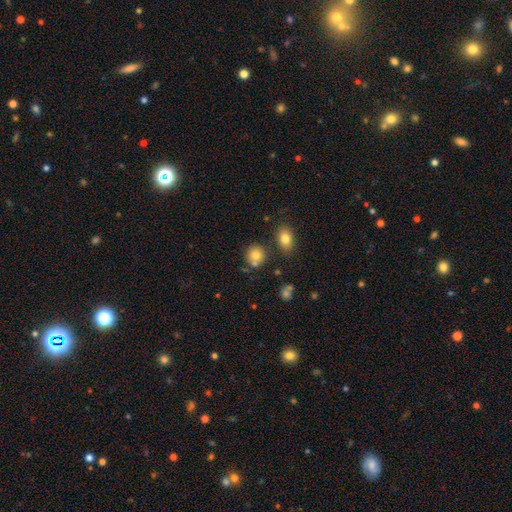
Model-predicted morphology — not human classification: The model was most divided on "merging": none: 69%, merger: 15%, minor disturbance: 12%, major disturbance: 3%. More confident: how rounded — round (85%); smooth or featured — smooth (78%).